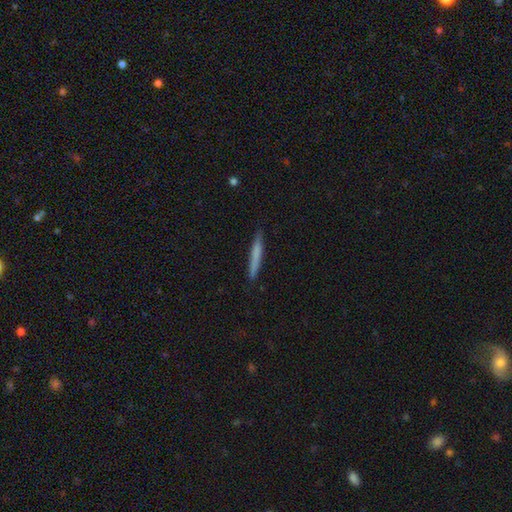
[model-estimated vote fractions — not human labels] Smooth or featured? smooth (68%)
How rounded? cigar-shaped (96%)
Merging? none (89%)